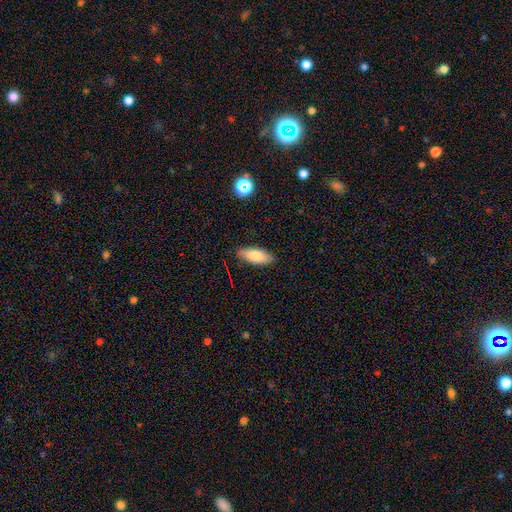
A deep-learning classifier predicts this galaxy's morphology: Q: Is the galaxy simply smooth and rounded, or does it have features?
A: smooth — 81%.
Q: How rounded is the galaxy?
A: in between — 78%.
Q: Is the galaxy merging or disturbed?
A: none — 86%.